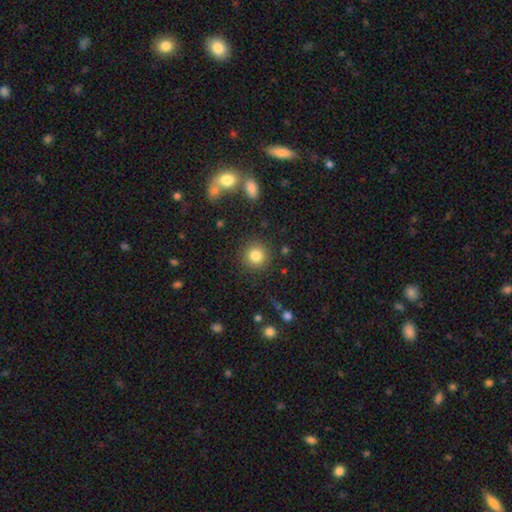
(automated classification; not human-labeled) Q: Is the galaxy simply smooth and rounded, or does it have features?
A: smooth — 83%.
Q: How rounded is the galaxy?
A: round — 92%.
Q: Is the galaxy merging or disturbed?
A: none — 89%.